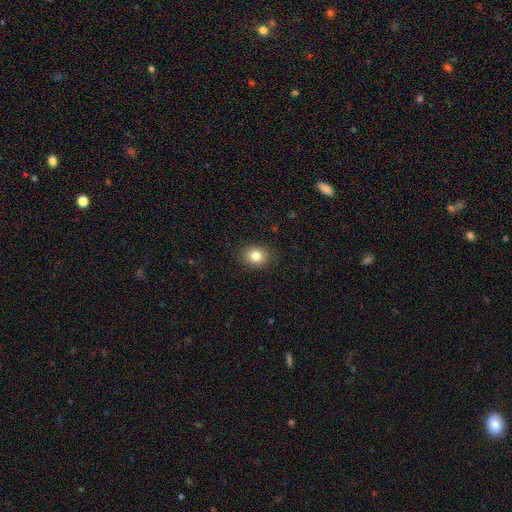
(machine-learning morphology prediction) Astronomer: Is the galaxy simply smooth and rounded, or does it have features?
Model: smooth — 83%.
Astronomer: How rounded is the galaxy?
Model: round — 60% (runner-up: in between, 39%).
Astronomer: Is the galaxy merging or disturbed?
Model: none — 88%.